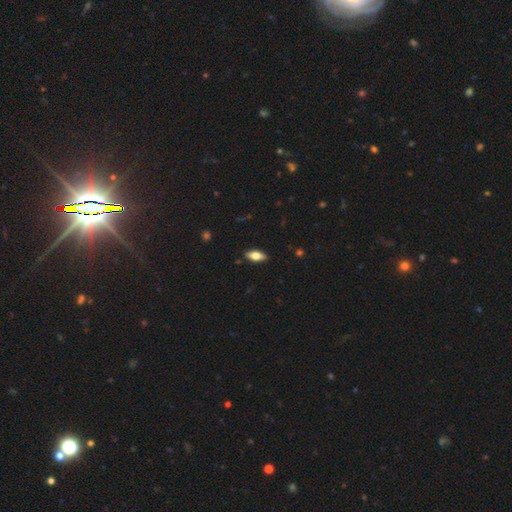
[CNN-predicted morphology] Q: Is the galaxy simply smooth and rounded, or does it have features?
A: smooth — 72%.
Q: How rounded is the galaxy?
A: in between — 85%.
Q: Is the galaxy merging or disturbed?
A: none — 88%.